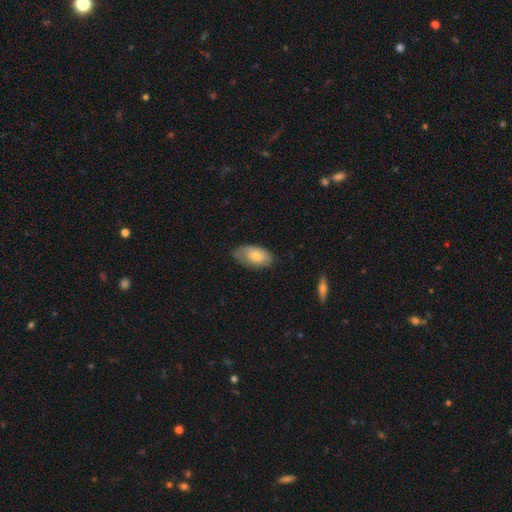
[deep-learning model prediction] Smooth or featured?
  - smooth: 75% *
  - featured or disk: 19%
  - star or artifact: 6%
How rounded?
  - in between: 94% *
  - round: 4%
  - cigar-shaped: 2%
Merging?
  - none: 65% *
  - minor disturbance: 28%
  - major disturbance: 5%
  - merger: 1%